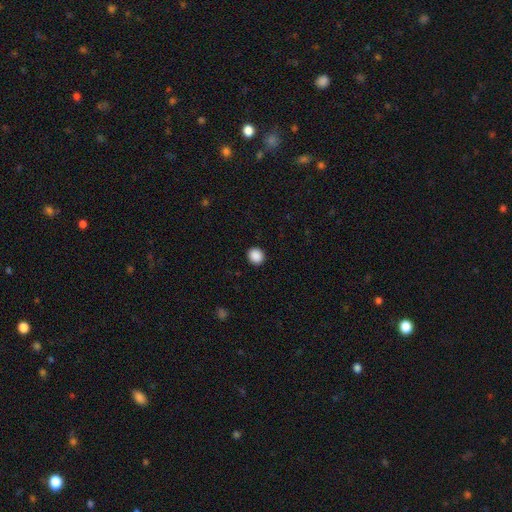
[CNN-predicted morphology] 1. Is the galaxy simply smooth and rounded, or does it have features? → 89% smooth, 9% star or artifact, 2% featured or disk.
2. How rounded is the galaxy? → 83% round, 16% in between, 1% cigar-shaped.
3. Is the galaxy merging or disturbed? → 92% none, 5% minor disturbance, 2% major disturbance, 1% merger.